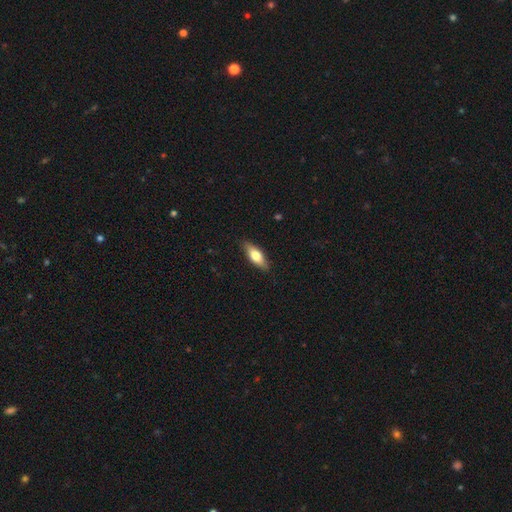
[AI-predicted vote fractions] Smooth or featured: smooth — 65% (featured or disk — 29%)
How rounded: in between — 66% (cigar-shaped — 31%)
Merging: none — 86% (minor disturbance — 10%)